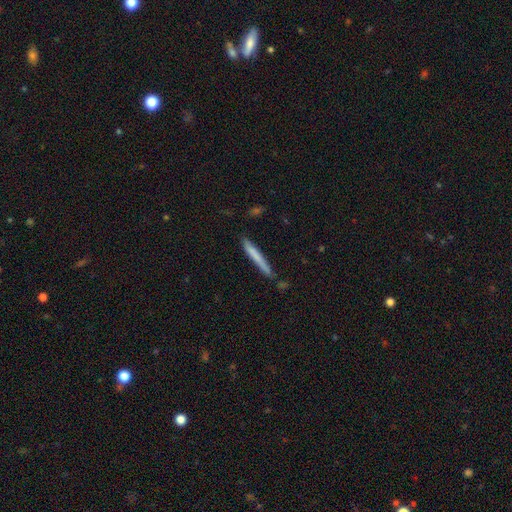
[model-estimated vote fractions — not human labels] This appears to be a smooth galaxy with no disk features (70%) that is cigar-shaped (97%). Merging: none (79%).